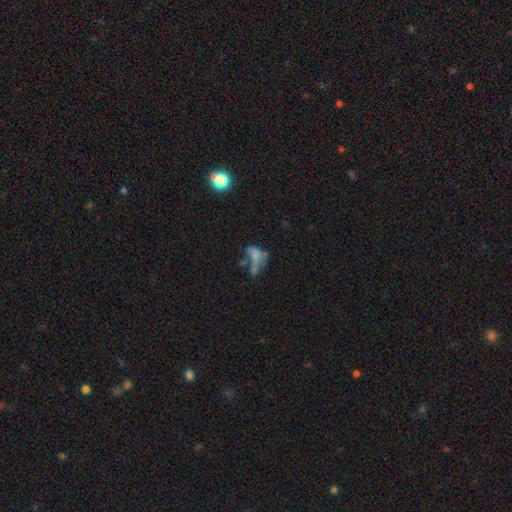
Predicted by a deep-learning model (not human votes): A smooth galaxy with no disk features (44%).

Vote fractions:
- Smooth or featured? smooth: 44% / featured or disk: 39% / star or artifact: 18%
- Merging? major disturbance: 35% / merger: 30% / none: 21% / minor disturbance: 15%